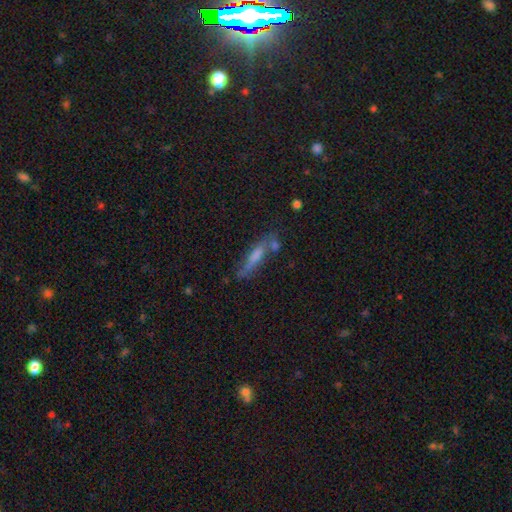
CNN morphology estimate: Smooth or featured? Predicted: smooth (p=0.50). How rounded? Predicted: cigar-shaped (p=0.81). Merging? Predicted: none (p=0.63).